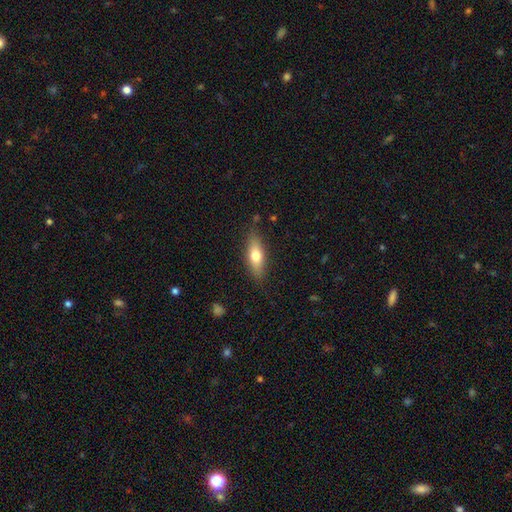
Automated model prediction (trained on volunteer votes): Smooth or featured: smooth — 67% (featured or disk — 26%)
How rounded: in between — 59% (cigar-shaped — 38%)
Merging: none — 84% (minor disturbance — 12%)